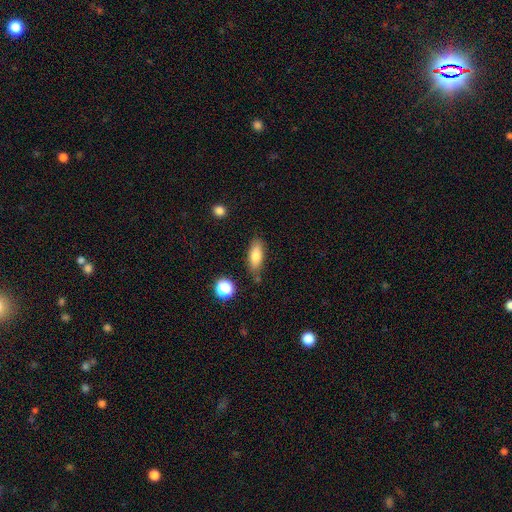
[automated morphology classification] Q: Smooth or featured?
A: smooth (78%); runner-up: featured or disk (13%)
Q: How rounded?
A: in between (72%); runner-up: cigar-shaped (24%)
Q: Merging?
A: none (75%); runner-up: minor disturbance (16%)